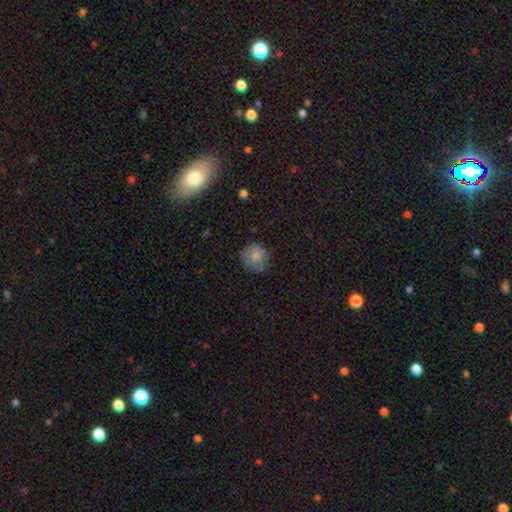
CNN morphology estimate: Smooth or featured?
  - smooth: 78% *
  - featured or disk: 13%
  - star or artifact: 9%
How rounded?
  - round: 90% *
  - in between: 9%
  - cigar-shaped: 1%
Merging?
  - none: 73% *
  - minor disturbance: 19%
  - major disturbance: 6%
  - merger: 2%